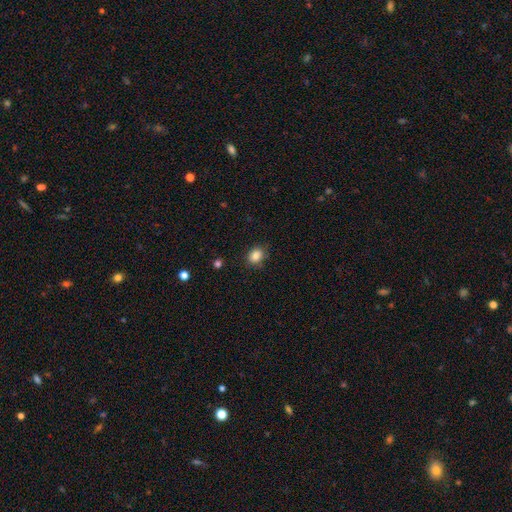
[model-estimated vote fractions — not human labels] Smooth or featured: smooth — 85% (star or artifact — 10%)
How rounded: round — 53% (in between — 46%)
Merging: none — 84% (minor disturbance — 12%)